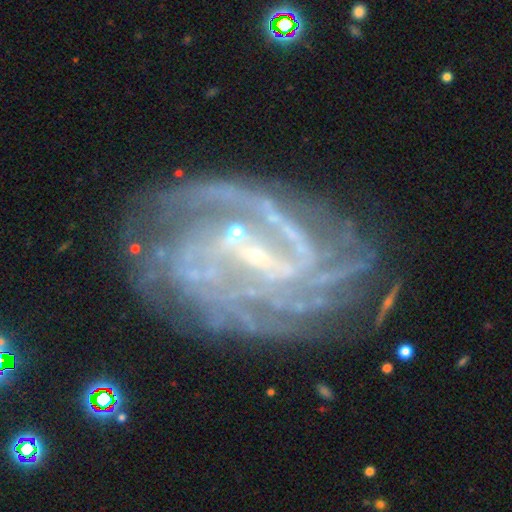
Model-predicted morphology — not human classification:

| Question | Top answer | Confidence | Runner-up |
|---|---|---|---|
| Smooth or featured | featured or disk | 88% | star or artifact (7%) |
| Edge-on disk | no | 97% | yes (3%) |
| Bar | weak | 43% | strong (34%) |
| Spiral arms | yes | 96% | no (4%) |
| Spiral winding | tight | 58% | medium (33%) |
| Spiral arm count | can't tell | 26% | 4 (20%) |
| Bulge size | small | 74% | none (15%) |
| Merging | none | 67% | minor disturbance (18%) |